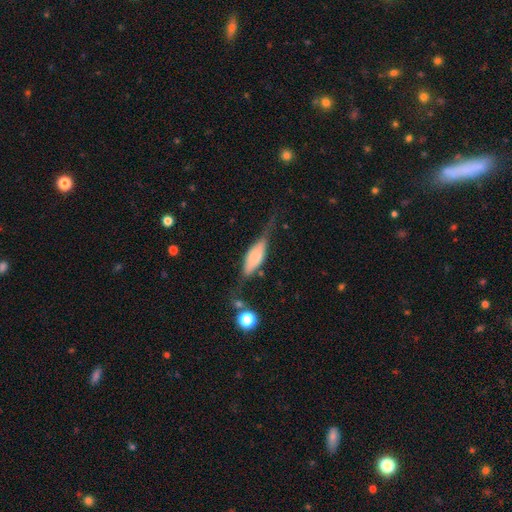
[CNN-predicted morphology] The model was most divided on "smooth or featured": smooth: 52%, featured or disk: 41%, star or artifact: 7%. Remaining: how rounded — in between (58%); merging — none (47%).